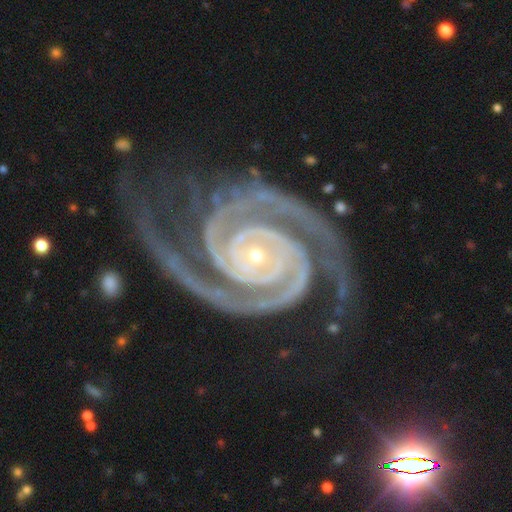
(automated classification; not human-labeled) This appears to be a featured or disk galaxy (94%) with no bar (67%), 2 (88%) tight (80%) spiral arms (99%) and a small central bulge (83%). Merging: none (70%).